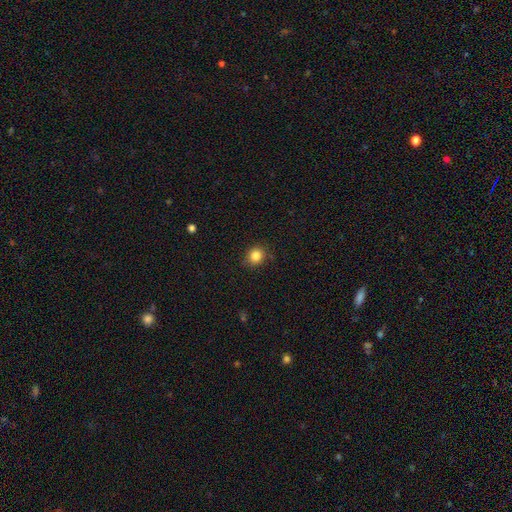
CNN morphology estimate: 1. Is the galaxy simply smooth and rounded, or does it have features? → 84% smooth, 11% star or artifact, 5% featured or disk.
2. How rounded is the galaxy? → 81% round, 18% in between, 1% cigar-shaped.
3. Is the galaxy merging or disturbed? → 86% none, 11% minor disturbance, 2% major disturbance, 1% merger.